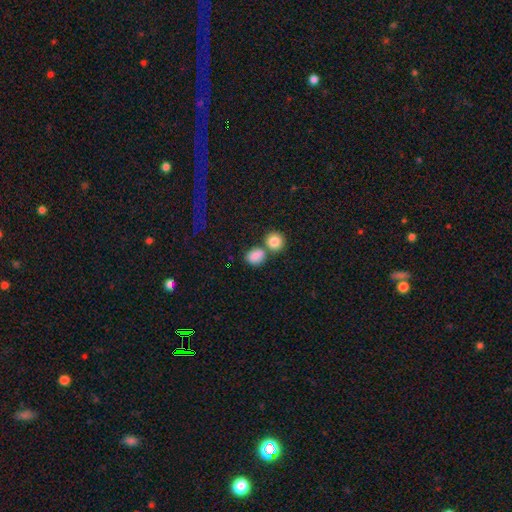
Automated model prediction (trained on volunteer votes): The model was most divided on "how rounded": in between: 50%, round: 49%, cigar-shaped: 2%. Remaining: smooth or featured — smooth (85%); merging — none (49%).